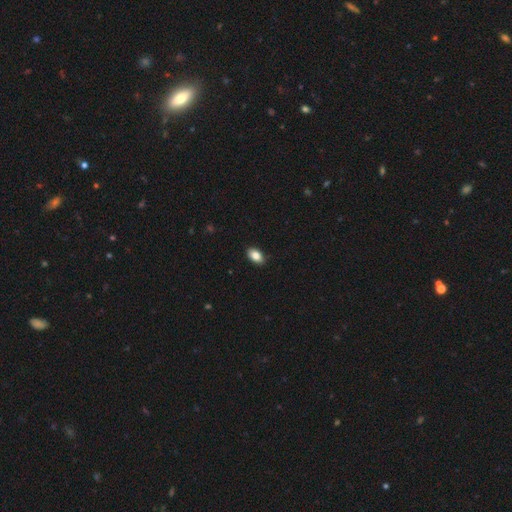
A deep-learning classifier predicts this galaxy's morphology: Smooth or featured?
  - smooth: 84% *
  - featured or disk: 8%
  - star or artifact: 8%
How rounded?
  - in between: 90% *
  - round: 8%
  - cigar-shaped: 2%
Merging?
  - none: 89% *
  - minor disturbance: 8%
  - major disturbance: 2%
  - merger: 1%